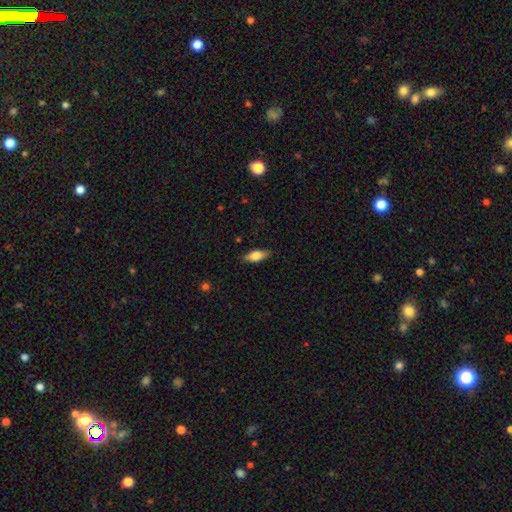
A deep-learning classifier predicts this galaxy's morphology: Overall: smooth (79%). How rounded: in between (81%). Merging: none (84%).